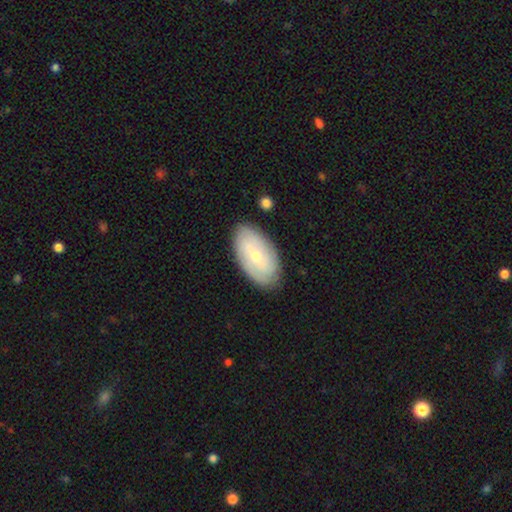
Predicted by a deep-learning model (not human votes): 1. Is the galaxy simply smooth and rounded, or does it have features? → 61% featured or disk, 33% smooth, 6% star or artifact.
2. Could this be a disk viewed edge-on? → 93% no, 7% yes.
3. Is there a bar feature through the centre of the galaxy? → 72% no, 22% weak, 5% strong.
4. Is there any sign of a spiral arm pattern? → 74% yes, 26% no.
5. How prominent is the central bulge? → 60% small, 37% moderate, 1% large, 1% none, 1% dominant.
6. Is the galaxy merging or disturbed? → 83% none, 12% minor disturbance, 3% major disturbance, 1% merger.